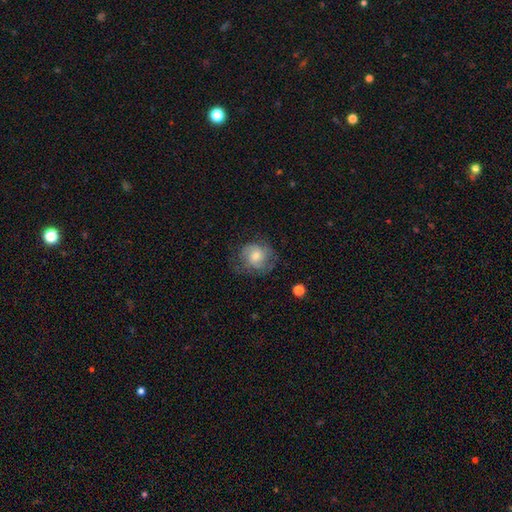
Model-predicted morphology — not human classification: Q: Smooth or featured?
A: featured or disk (49%); runner-up: smooth (42%)
Q: Merging?
A: none (62%); runner-up: minor disturbance (22%)